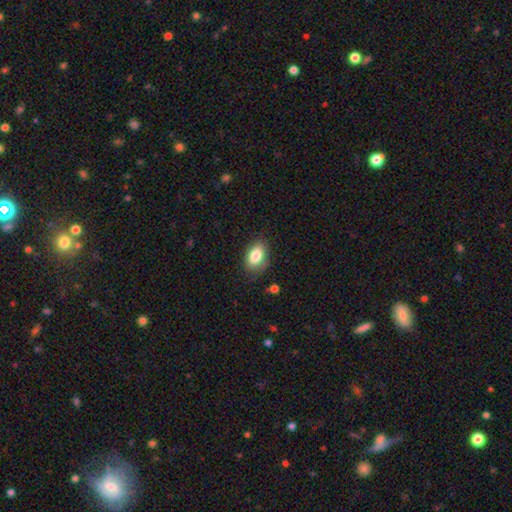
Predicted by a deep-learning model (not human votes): smooth_or_featured: smooth (p=0.83) [alt: featured or disk p=0.09]
how_rounded: in between (p=0.89) [alt: round p=0.09]
merging: none (p=0.79) [alt: minor disturbance p=0.16]